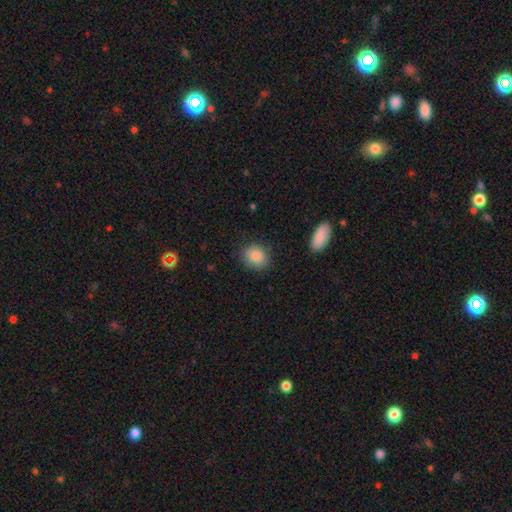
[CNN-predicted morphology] smooth_or_featured: smooth (p=0.86) [alt: star or artifact p=0.08]
how_rounded: round (p=0.67) [alt: in between p=0.32]
merging: none (p=0.87) [alt: minor disturbance p=0.09]